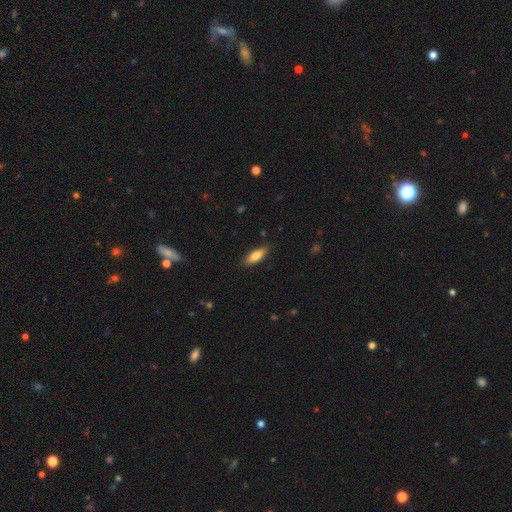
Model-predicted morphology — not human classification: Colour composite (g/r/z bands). It shows a smooth galaxy with no disk features (81%) that is in between round and cigar-shaped (65%). Merging: none (85%).